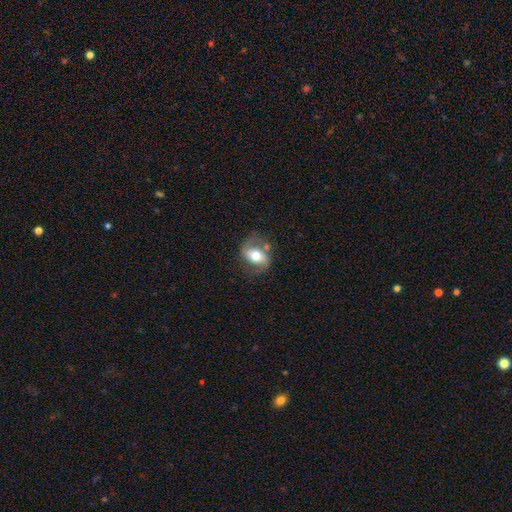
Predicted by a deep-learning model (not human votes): Smooth or featured? Predicted: featured or disk (p=0.61). Edge-on disk? Predicted: no (p=0.95). Bar? Predicted: no (p=0.40). Spiral arms? Predicted: yes (p=0.79). Bulge size? Predicted: moderate (p=0.67). Merging? Predicted: none (p=0.63).